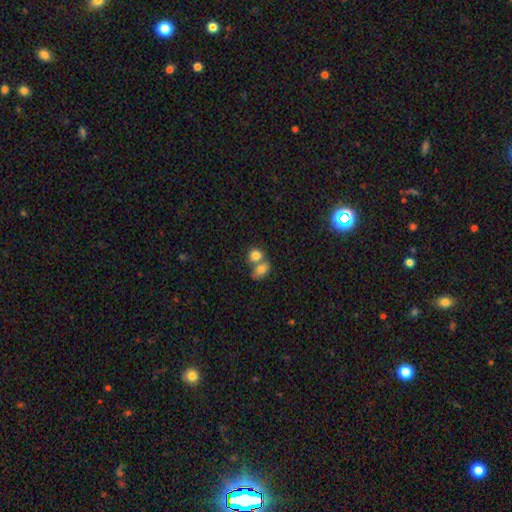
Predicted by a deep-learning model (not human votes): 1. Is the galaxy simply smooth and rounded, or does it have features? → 81% smooth, 10% featured or disk, 9% star or artifact.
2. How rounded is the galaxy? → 56% round, 42% in between, 1% cigar-shaped.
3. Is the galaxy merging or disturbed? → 57% merger, 32% none, 8% minor disturbance, 3% major disturbance.